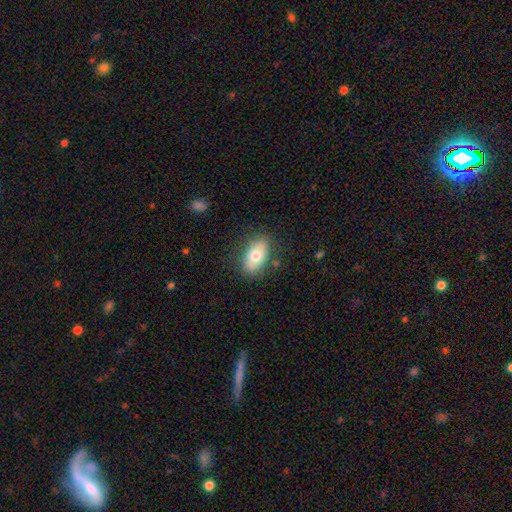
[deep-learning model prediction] Smooth or featured?
  - smooth: 71% *
  - featured or disk: 22%
  - star or artifact: 7%
How rounded?
  - in between: 90% *
  - round: 7%
  - cigar-shaped: 3%
Merging?
  - none: 79% *
  - minor disturbance: 15%
  - major disturbance: 4%
  - merger: 2%